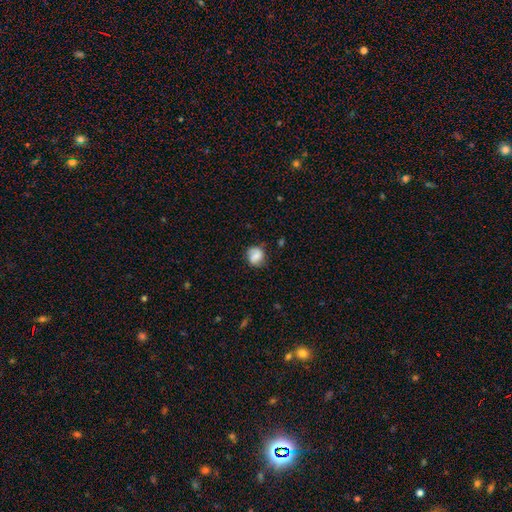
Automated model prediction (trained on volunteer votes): smooth-or-featured: smooth: 63% | featured or disk: 28% | star or artifact: 9%
  how-rounded: round: 74% | in between: 25% | cigar-shaped: 1%
  merging: none: 70% | minor disturbance: 21% | major disturbance: 7% | merger: 2%